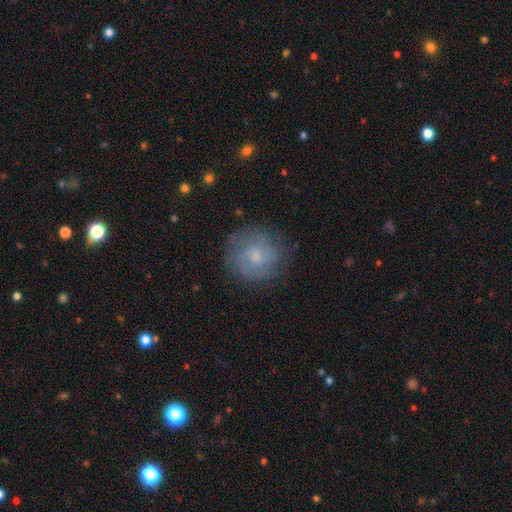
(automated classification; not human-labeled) Morphology: type=featured or disk (46%); merging=none (80%).